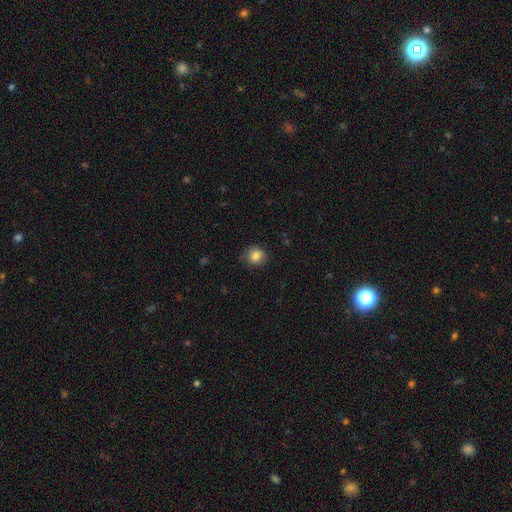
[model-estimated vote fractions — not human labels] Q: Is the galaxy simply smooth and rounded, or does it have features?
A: smooth — 84%.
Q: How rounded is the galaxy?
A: round — 81%.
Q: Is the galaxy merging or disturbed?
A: none — 74%.